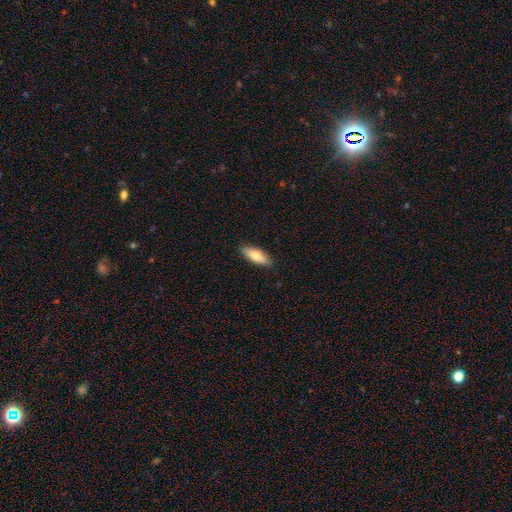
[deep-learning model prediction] Smooth or featured?
  - smooth: 77% *
  - featured or disk: 18%
  - star or artifact: 6%
How rounded?
  - in between: 57% *
  - cigar-shaped: 41%
  - round: 2%
Merging?
  - none: 88% *
  - minor disturbance: 9%
  - major disturbance: 2%
  - merger: 1%